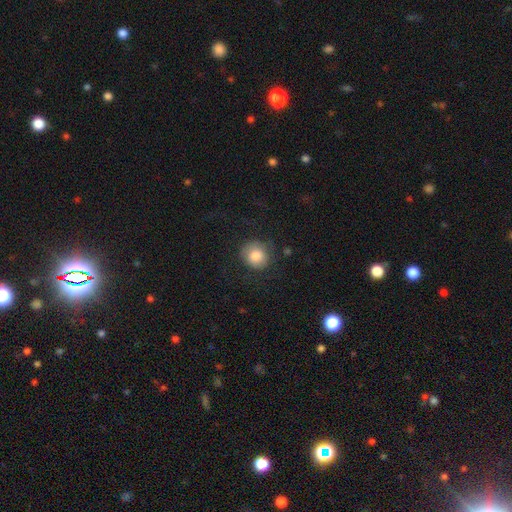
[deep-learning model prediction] Smooth or featured? Predicted: smooth (p=0.81). How rounded? Predicted: round (p=0.86). Merging? Predicted: none (p=0.72).